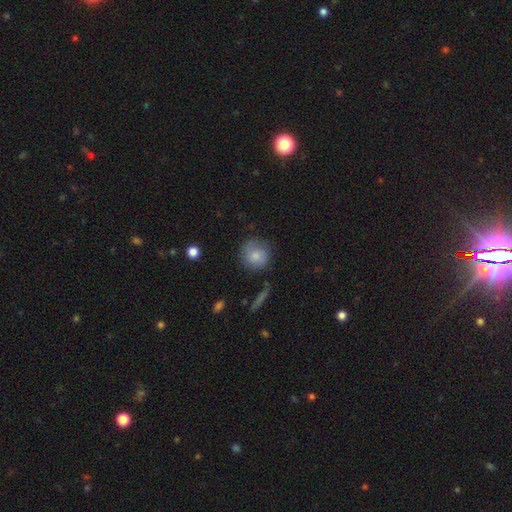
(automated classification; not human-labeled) Smooth or featured? smooth (78%)
How rounded? round (87%)
Merging? none (71%)